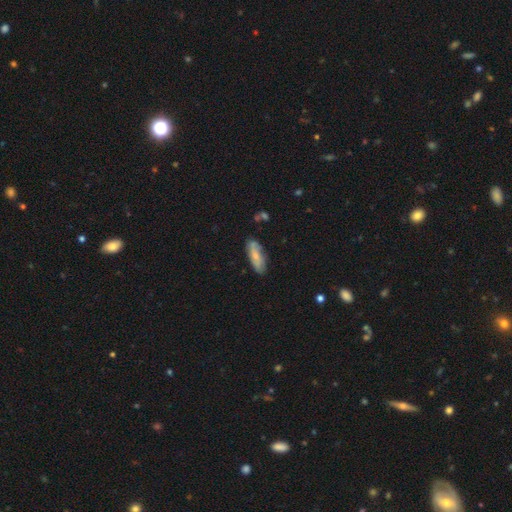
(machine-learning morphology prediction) Smooth or featured? smooth (64%)
How rounded? in between (65%)
Merging? none (77%)